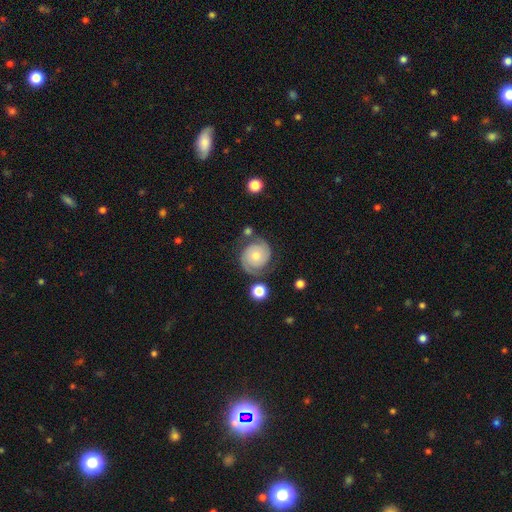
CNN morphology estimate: smooth-or-featured: featured or disk: 76% | smooth: 17% | star or artifact: 7%
  disk-edge-on: no: 98% | yes: 2%
    bar: no: 79% | weak: 18% | strong: 4%
    has-spiral-arms: yes: 95% | no: 5%
      spiral-winding: tight: 57% | medium: 33% | loose: 10%
      spiral-arm-count: 2: 88% | can't tell: 6% | 1: 2% | 3: 2% | 4: 1% | more than 4: 1%
    bulge-size: moderate: 49% | small: 44% | large: 3% | none: 2% | dominant: 1%
  merging: none: 73% | minor disturbance: 16% | major disturbance: 6% | merger: 5%